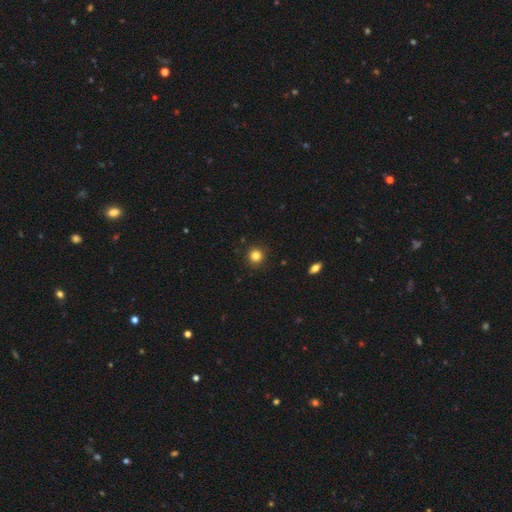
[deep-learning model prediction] Morphology: type=smooth (83%); roundness=round (94%); merging=none (91%).